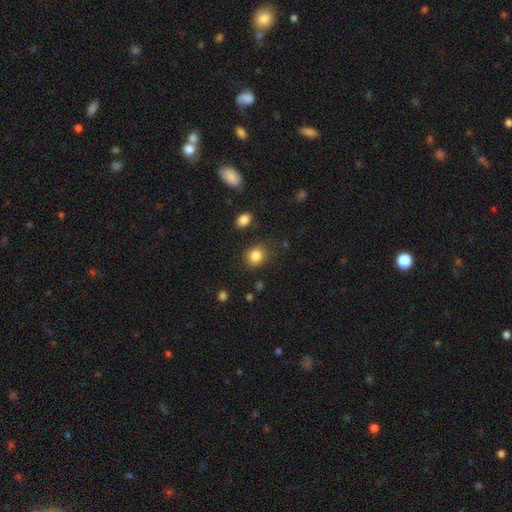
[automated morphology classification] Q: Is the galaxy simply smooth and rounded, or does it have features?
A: smooth — 84%.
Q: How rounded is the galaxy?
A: round — 71%.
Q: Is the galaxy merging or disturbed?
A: none — 82%.